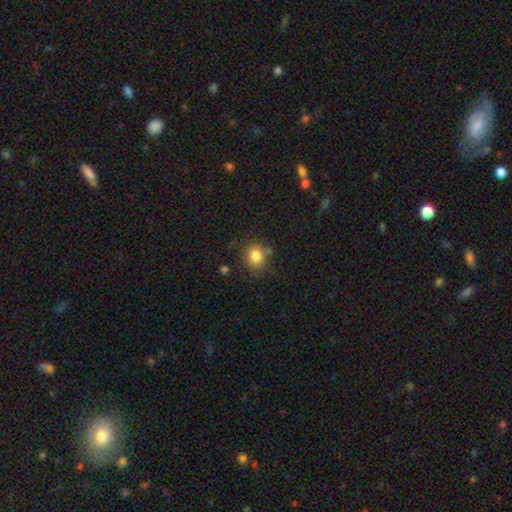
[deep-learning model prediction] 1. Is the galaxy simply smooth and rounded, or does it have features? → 82% smooth, 11% star or artifact, 7% featured or disk.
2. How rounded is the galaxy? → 70% round, 29% in between, 1% cigar-shaped.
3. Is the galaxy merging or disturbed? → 74% none, 16% minor disturbance, 6% merger, 4% major disturbance.